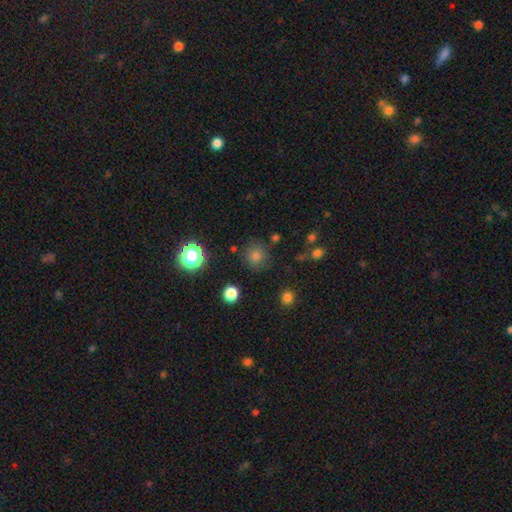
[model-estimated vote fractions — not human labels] Smooth or featured?
  - smooth: 74% *
  - star or artifact: 20%
  - featured or disk: 6%
How rounded?
  - round: 91% *
  - in between: 8%
  - cigar-shaped: 1%
Merging?
  - none: 83% *
  - minor disturbance: 10%
  - major disturbance: 3%
  - merger: 3%